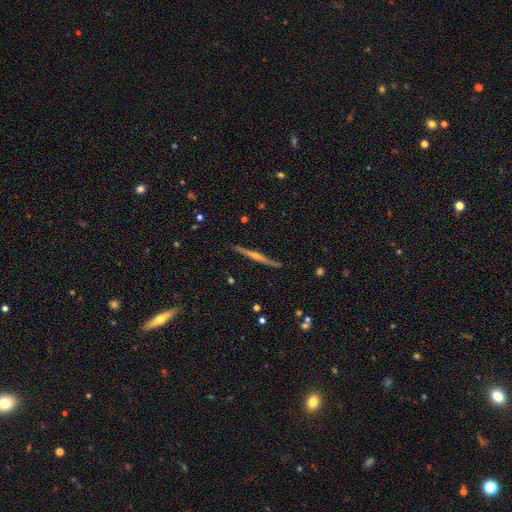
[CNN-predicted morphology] This appears to be a featured or disk galaxy (81%) viewed edge-on (98%) with a rounded central bulge (86%). Merging: none (91%).